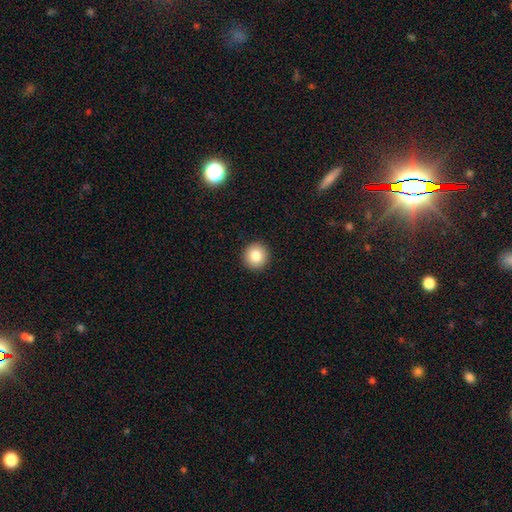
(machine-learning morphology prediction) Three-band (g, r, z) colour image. It shows a smooth galaxy with no disk features (83%) that is round (94%). Merging: none (93%).